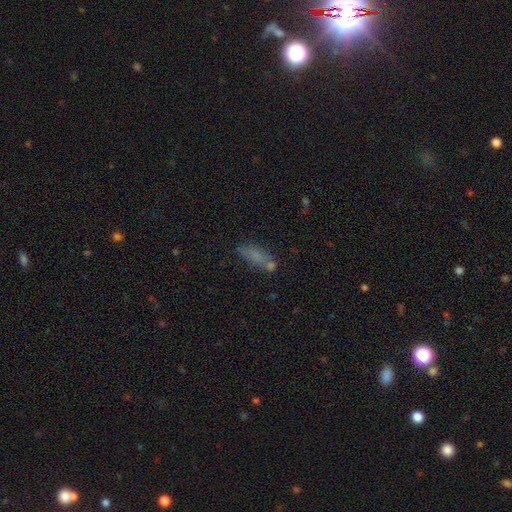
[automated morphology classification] This is likely a smooth galaxy (68%). How rounded: possibly in between (58%). Merging: possibly none (54%).